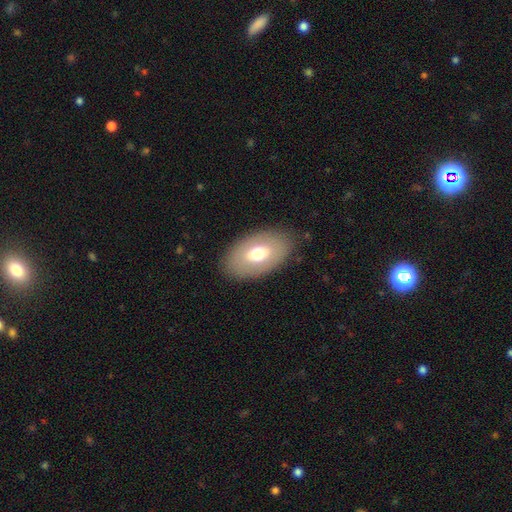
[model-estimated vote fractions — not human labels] Smooth or featured: smooth — 54% (featured or disk — 33%)
How rounded: in between — 89% (round — 10%)
Merging: none — 87% (minor disturbance — 9%)